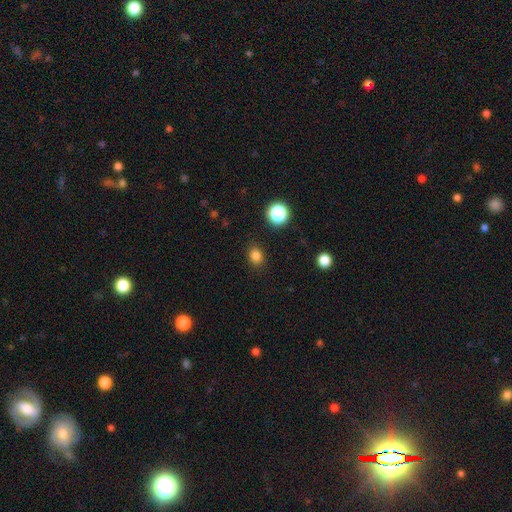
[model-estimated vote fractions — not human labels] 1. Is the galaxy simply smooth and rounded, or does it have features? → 82% smooth, 14% star or artifact, 4% featured or disk.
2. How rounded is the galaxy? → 59% round, 40% in between, 1% cigar-shaped.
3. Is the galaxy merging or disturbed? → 87% none, 9% minor disturbance, 3% major disturbance, 1% merger.